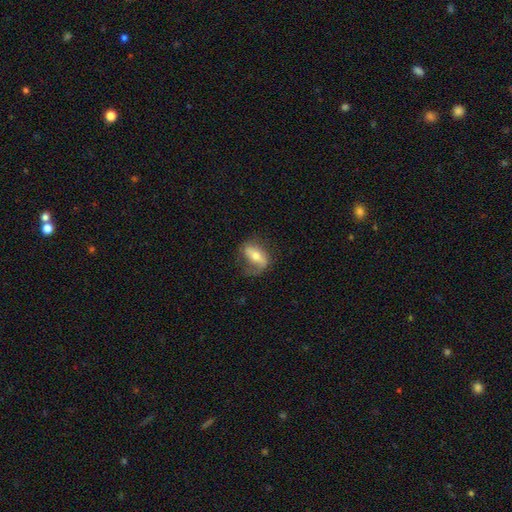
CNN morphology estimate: smooth_or_featured: featured or disk (p=0.53) [alt: smooth p=0.40]
disk_edge_on: no (p=0.85) [alt: yes p=0.15]
merging: none (p=0.55) [alt: minor disturbance p=0.25]